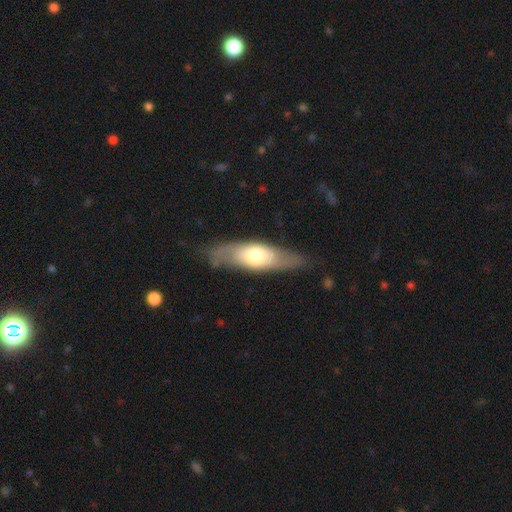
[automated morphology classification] A smooth galaxy with no disk features (53%) that is in between round and cigar-shaped (53%). Merging: none (77%).